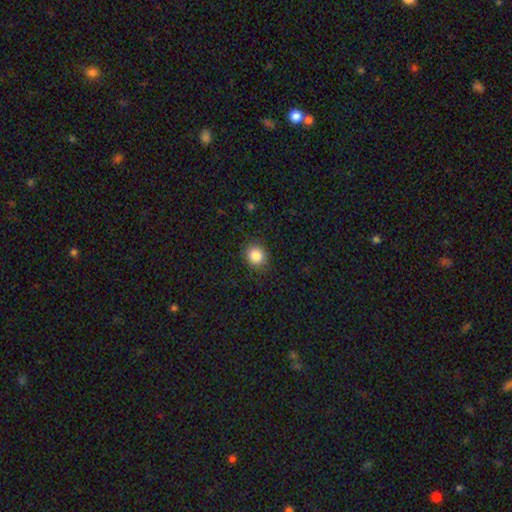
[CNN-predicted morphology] smooth-or-featured: smooth: 86% | star or artifact: 10% | featured or disk: 4%
  how-rounded: round: 80% | in between: 19% | cigar-shaped: 1%
  merging: none: 88% | minor disturbance: 8% | major disturbance: 3% | merger: 1%